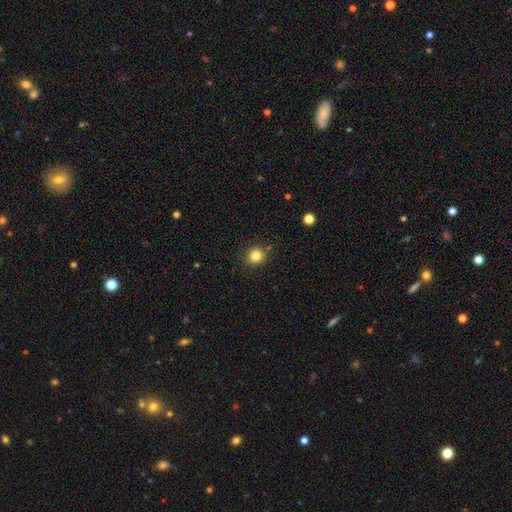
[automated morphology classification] Overall: smooth (83%). How rounded: round (90%). Merging: none (87%).